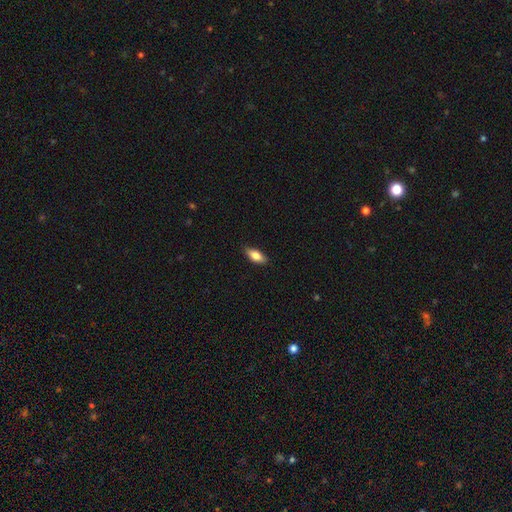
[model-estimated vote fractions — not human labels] This is likely a smooth galaxy (79%). How rounded: clearly in between (81%). Merging: clearly none (85%).